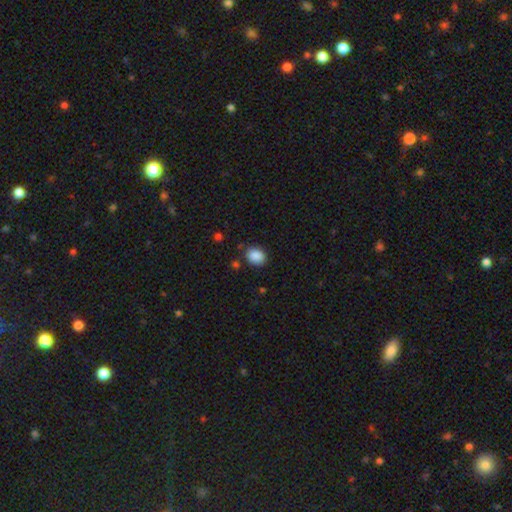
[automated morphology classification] smooth-or-featured: smooth: 88% | star or artifact: 9% | featured or disk: 3%
  how-rounded: in between: 53% | round: 46% | cigar-shaped: 1%
  merging: none: 83% | minor disturbance: 12% | major disturbance: 3% | merger: 2%